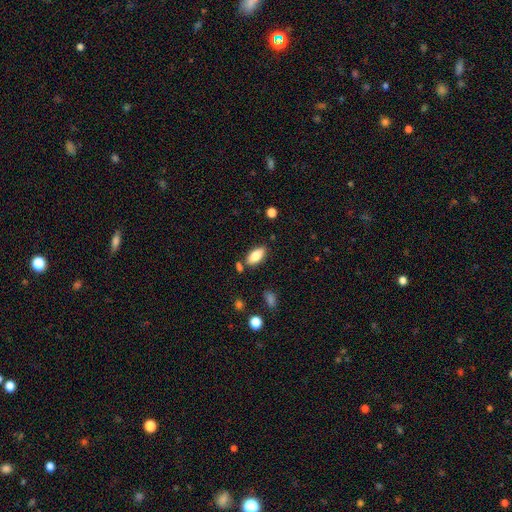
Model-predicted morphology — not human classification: smooth-or-featured: smooth: 81% | featured or disk: 12% | star or artifact: 7%
  how-rounded: in between: 88% | cigar-shaped: 9% | round: 2%
  merging: none: 79% | minor disturbance: 13% | merger: 6% | major disturbance: 3%